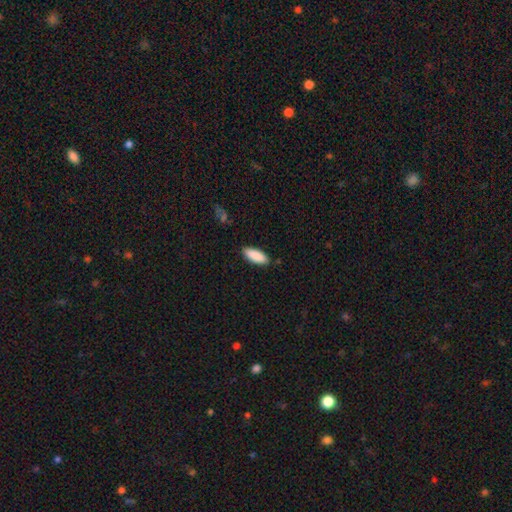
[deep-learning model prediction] smooth_or_featured: smooth (p=0.90) [alt: star or artifact p=0.06]
how_rounded: in between (p=0.74) [alt: cigar-shaped p=0.25]
merging: none (p=0.86) [alt: minor disturbance p=0.11]